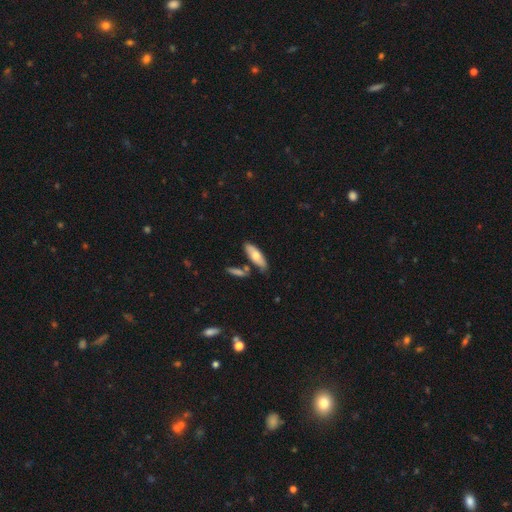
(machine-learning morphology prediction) smooth 65%, featured or disk 29%, star or artifact 6%. Down the decision tree: how rounded — in between (61%); merging — none (71%).